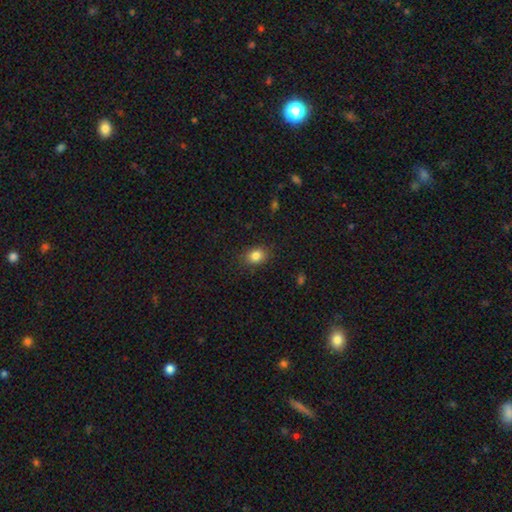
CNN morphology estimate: smooth_or_featured: smooth (p=0.83) [alt: star or artifact p=0.10]
how_rounded: in between (p=0.54) [alt: round p=0.45]
merging: none (p=0.85) [alt: minor disturbance p=0.11]